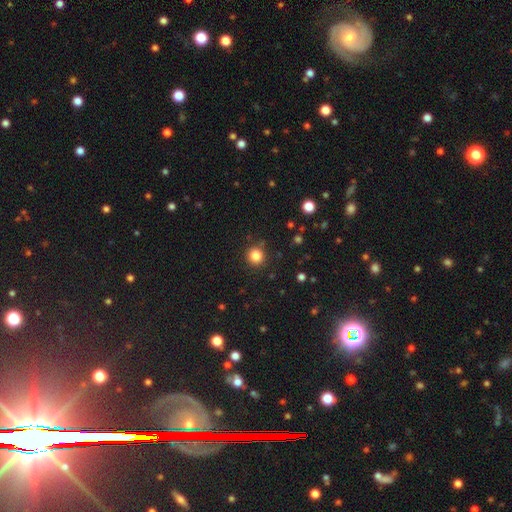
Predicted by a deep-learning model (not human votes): This appears to be a smooth galaxy with no disk features (84%) that is round (93%). Merging: none (88%).